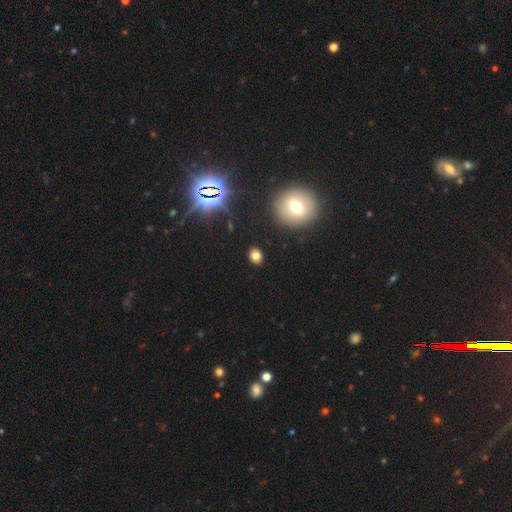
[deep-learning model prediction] Smooth or featured? Predicted: smooth (p=0.72). How rounded? Predicted: in between (p=0.59). Merging? Predicted: none (p=0.87).